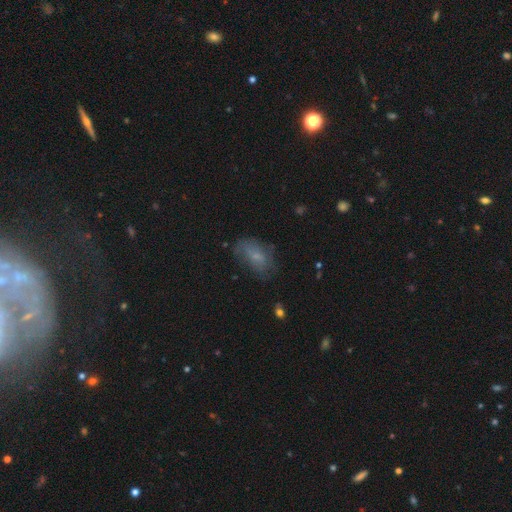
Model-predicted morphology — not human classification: smooth-or-featured: smooth: 60% | featured or disk: 29% | star or artifact: 11%
  how-rounded: in between: 88% | round: 7% | cigar-shaped: 5%
  merging: none: 54% | minor disturbance: 28% | major disturbance: 16% | merger: 2%